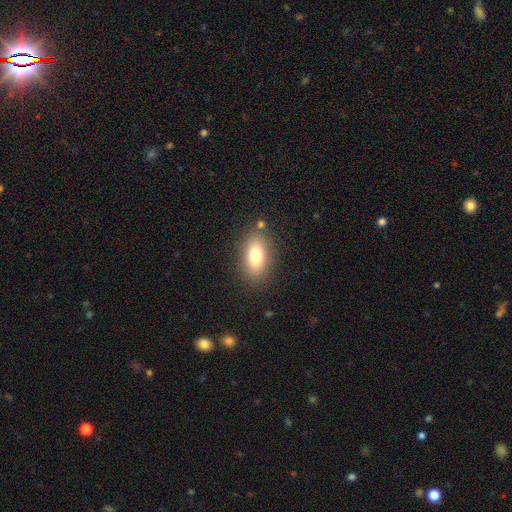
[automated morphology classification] Smooth or featured? smooth (79%)
How rounded? in between (87%)
Merging? none (83%)